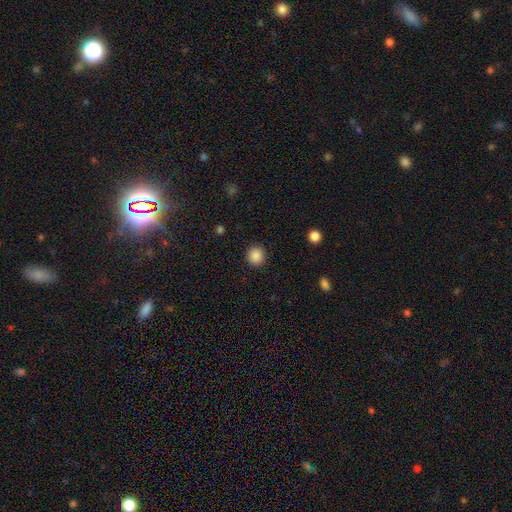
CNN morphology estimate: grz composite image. It shows a smooth galaxy with no disk features (88%) that is round (93%). Merging: none (92%).